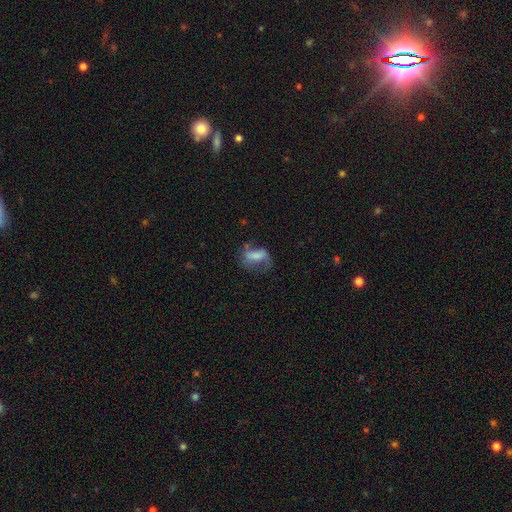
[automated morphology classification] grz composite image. It shows a featured or disk galaxy (46%). Merging: none (39%).